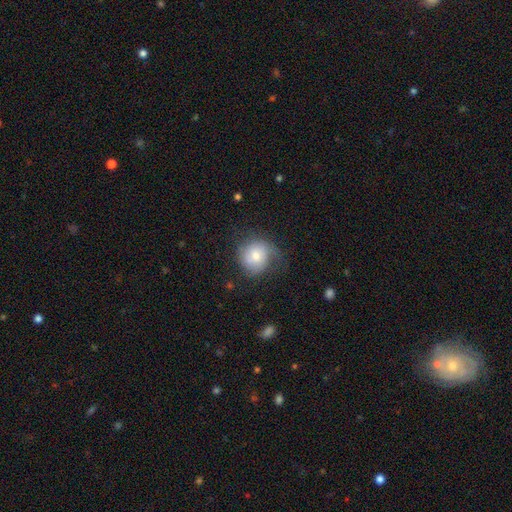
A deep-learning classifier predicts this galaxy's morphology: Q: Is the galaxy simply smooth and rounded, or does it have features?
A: smooth — 62%.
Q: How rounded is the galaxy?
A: round — 84%.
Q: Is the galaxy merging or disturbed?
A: none — 52%.